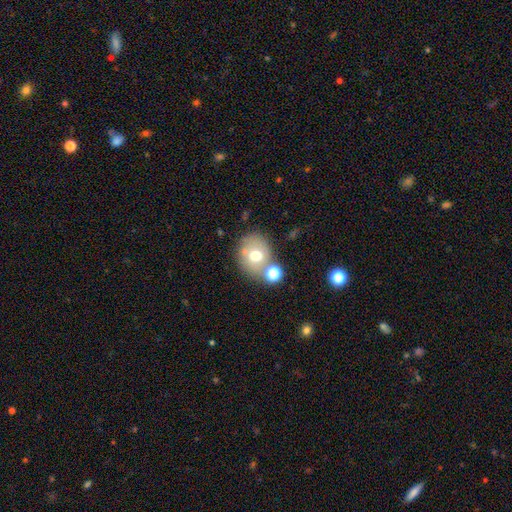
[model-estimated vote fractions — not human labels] smooth-or-featured: smooth: 64% | featured or disk: 23% | star or artifact: 13%
  how-rounded: round: 64% | in between: 35% | cigar-shaped: 1%
  merging: none: 61% | merger: 20% | minor disturbance: 13% | major disturbance: 5%